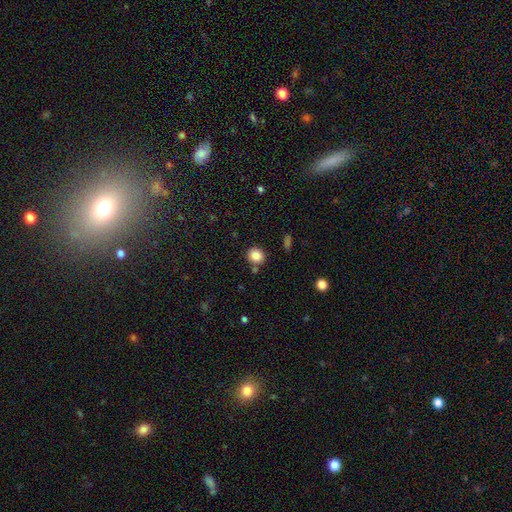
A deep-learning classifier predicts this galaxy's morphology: Smooth or featured? smooth (84%)
How rounded? round (80%)
Merging? none (81%)